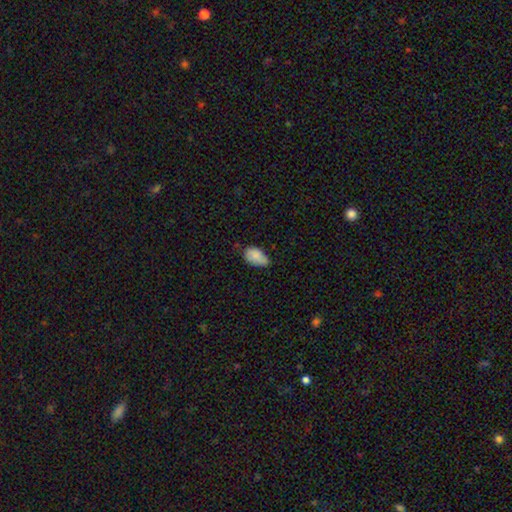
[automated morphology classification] Smooth or featured? Predicted: smooth (p=0.83). How rounded? Predicted: in between (p=0.92). Merging? Predicted: none (p=0.45).